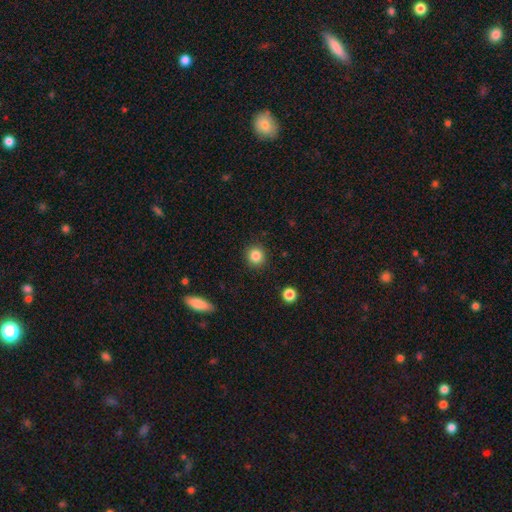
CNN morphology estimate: Smooth or featured?
  - smooth: 84% *
  - star or artifact: 10%
  - featured or disk: 5%
How rounded?
  - round: 90% *
  - in between: 9%
  - cigar-shaped: 1%
Merging?
  - none: 91% *
  - minor disturbance: 6%
  - major disturbance: 2%
  - merger: 1%